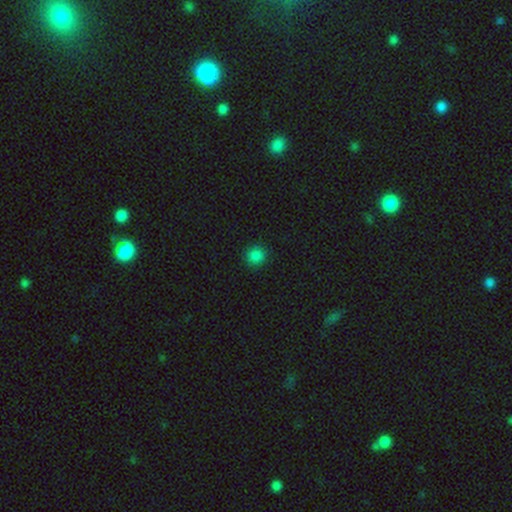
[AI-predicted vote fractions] A smooth galaxy with no disk features (85%) that is round (92%). Merging: none (91%).